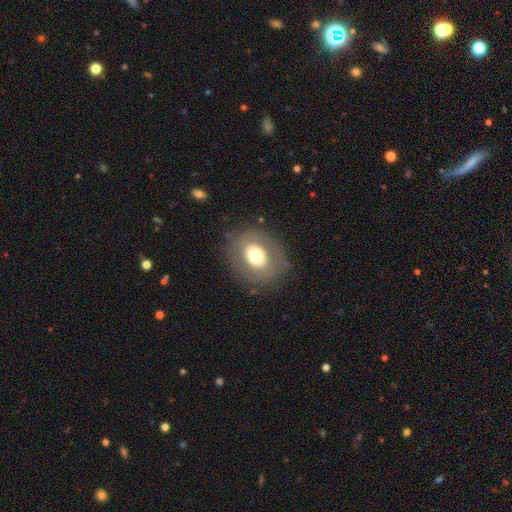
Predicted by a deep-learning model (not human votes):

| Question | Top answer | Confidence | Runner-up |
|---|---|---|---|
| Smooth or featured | smooth | 58% | featured or disk (33%) |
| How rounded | round | 62% | in between (37%) |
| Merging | none | 79% | minor disturbance (12%) |